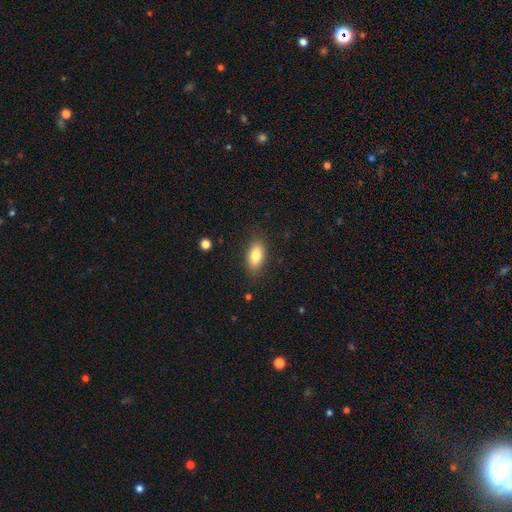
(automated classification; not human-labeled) smooth 82%, featured or disk 11%, star or artifact 7%. Down the decision tree: how rounded — in between (88%); merging — none (84%).